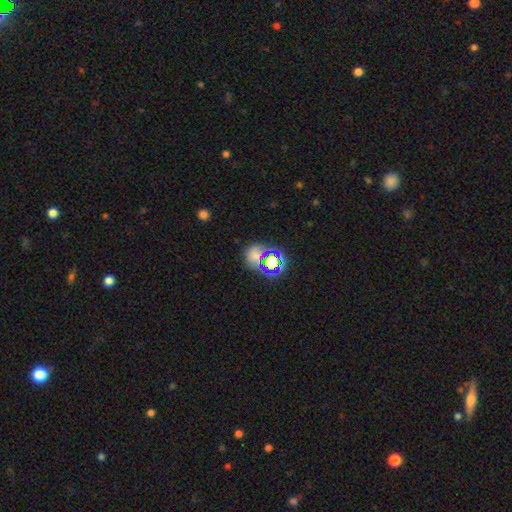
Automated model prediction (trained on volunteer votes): Smooth or featured? Predicted: smooth (p=0.49). Merging? Predicted: none (p=0.61).